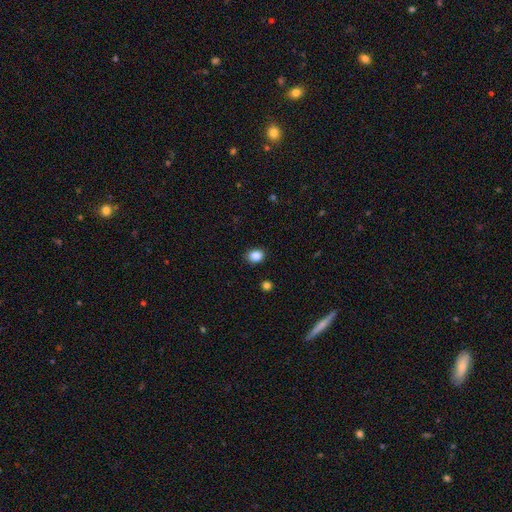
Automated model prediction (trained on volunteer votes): Smooth or featured: smooth — 86% (star or artifact — 10%)
How rounded: round — 50% (in between — 49%)
Merging: none — 88% (minor disturbance — 8%)